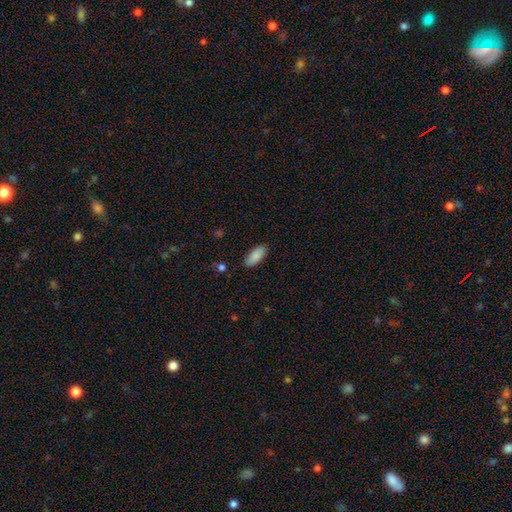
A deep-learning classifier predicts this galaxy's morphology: A smooth galaxy with no disk features (88%) that is in between round and cigar-shaped (87%).

Vote fractions:
- Smooth or featured? smooth: 88% / star or artifact: 6% / featured or disk: 5%
- How rounded? in between: 87% / cigar-shaped: 11% / round: 2%
- Merging? none: 88% / minor disturbance: 9% / major disturbance: 2% / merger: 1%